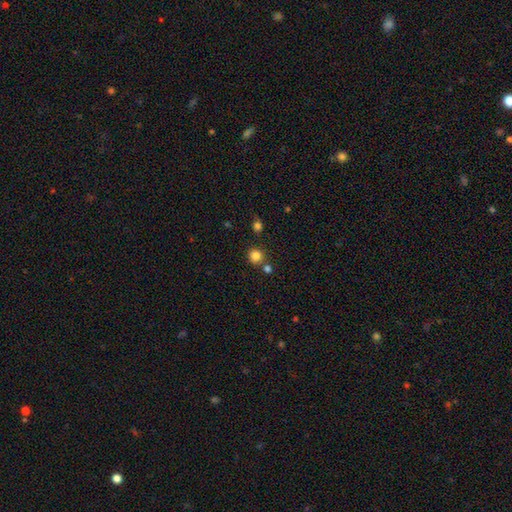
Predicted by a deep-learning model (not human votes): Smooth or featured? smooth (82%)
How rounded? round (92%)
Merging? none (78%)